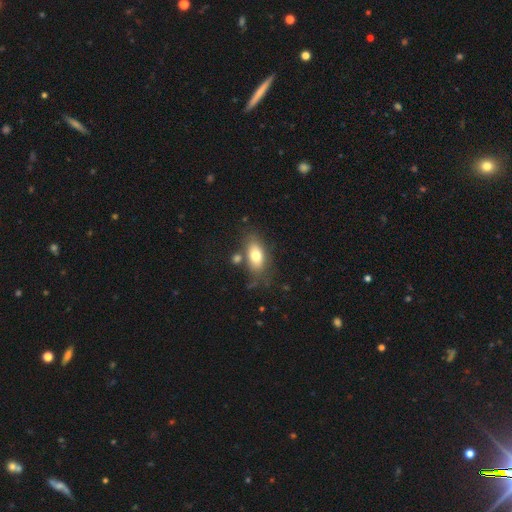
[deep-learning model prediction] Overall: smooth (73%). How rounded: in between (87%). Merging: none (66%).